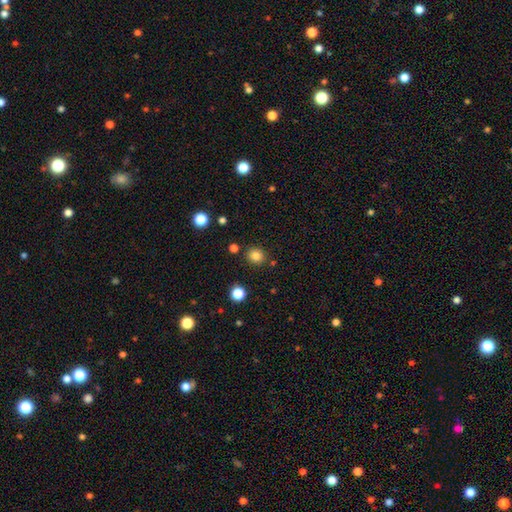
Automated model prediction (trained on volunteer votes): smooth_or_featured: smooth (p=0.83) [alt: star or artifact p=0.12]
how_rounded: round (p=0.85) [alt: in between p=0.14]
merging: none (p=0.86) [alt: minor disturbance p=0.07]